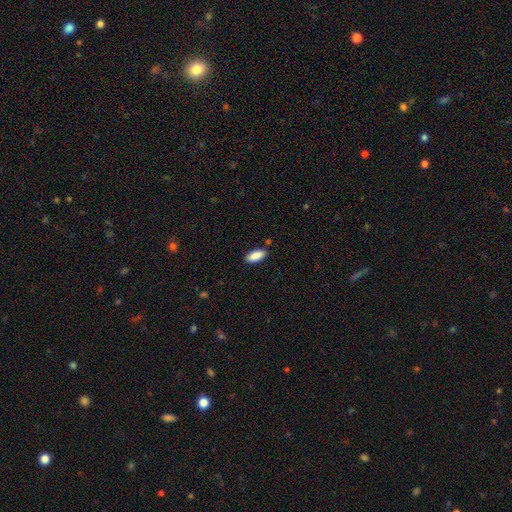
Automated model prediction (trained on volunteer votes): Morphology: type=smooth (89%); roundness=in between (80%); merging=none (86%).